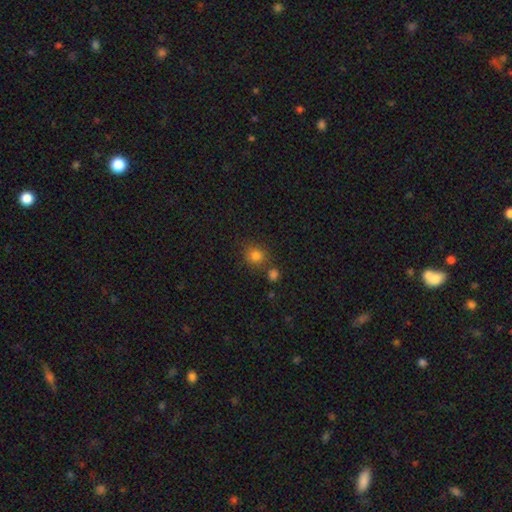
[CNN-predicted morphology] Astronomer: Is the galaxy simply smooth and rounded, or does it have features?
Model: smooth — 80%.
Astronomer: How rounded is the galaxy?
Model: round — 83%.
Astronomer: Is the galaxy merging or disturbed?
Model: none — 71%.